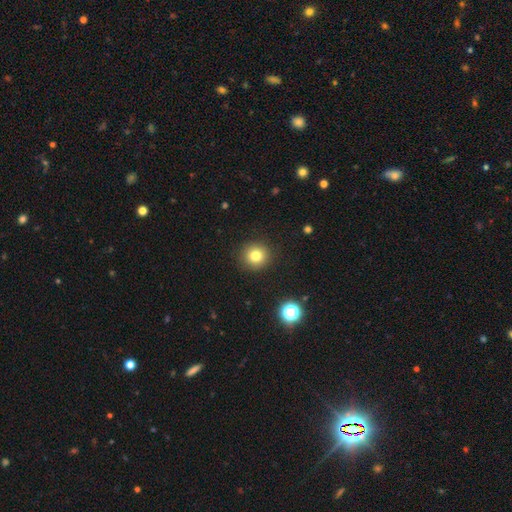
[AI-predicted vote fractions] This appears to be a smooth galaxy with no disk features (78%) that is round (92%). Merging: none (90%).